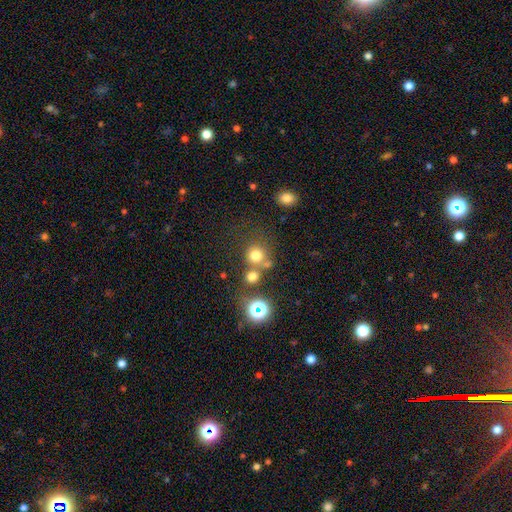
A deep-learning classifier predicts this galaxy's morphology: type=smooth (72%); roundness=round (90%); merging=none (61%).